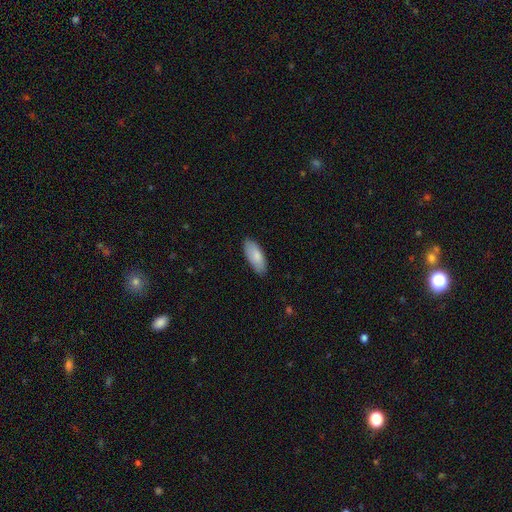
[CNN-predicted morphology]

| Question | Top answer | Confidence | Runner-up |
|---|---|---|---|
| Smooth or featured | smooth | 86% | featured or disk (9%) |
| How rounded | in between | 81% | cigar-shaped (17%) |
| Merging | none | 84% | minor disturbance (13%) |